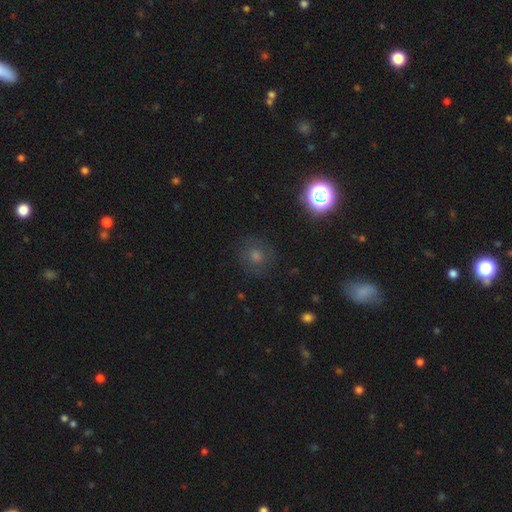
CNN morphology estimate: Smooth or featured: smooth — 54% (star or artifact — 32%)
How rounded: round — 88% (in between — 11%)
Merging: none — 84% (minor disturbance — 10%)